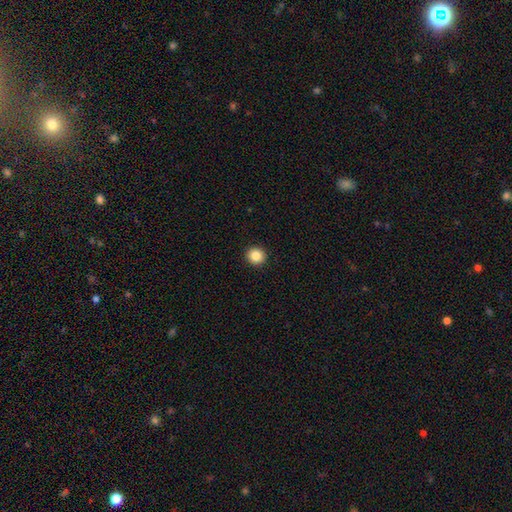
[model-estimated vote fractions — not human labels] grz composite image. It shows a smooth galaxy with no disk features (86%) that is round (92%). Merging: none (93%).